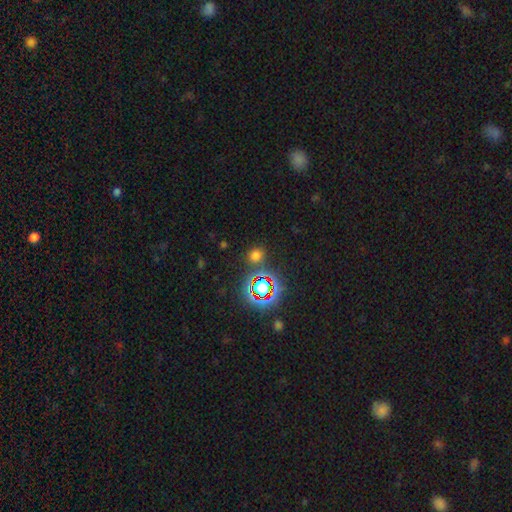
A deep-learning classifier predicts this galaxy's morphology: smooth 57%, star or artifact 36%, featured or disk 6%. Down the decision tree: how rounded — round (81%); merging — none (80%).